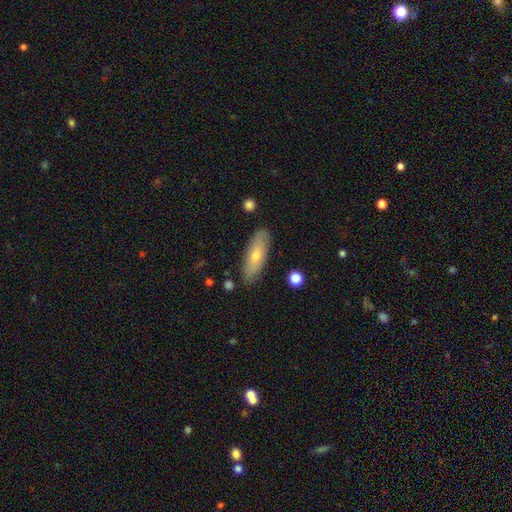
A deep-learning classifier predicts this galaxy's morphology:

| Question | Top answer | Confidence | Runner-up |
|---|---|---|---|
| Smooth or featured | smooth | 60% | featured or disk (33%) |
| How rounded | in between | 58% | cigar-shaped (40%) |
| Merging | none | 84% | minor disturbance (12%) |